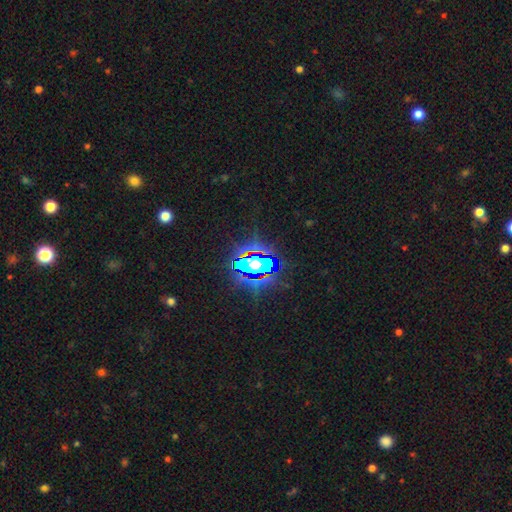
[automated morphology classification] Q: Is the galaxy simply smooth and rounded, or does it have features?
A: star or artifact — 69%.